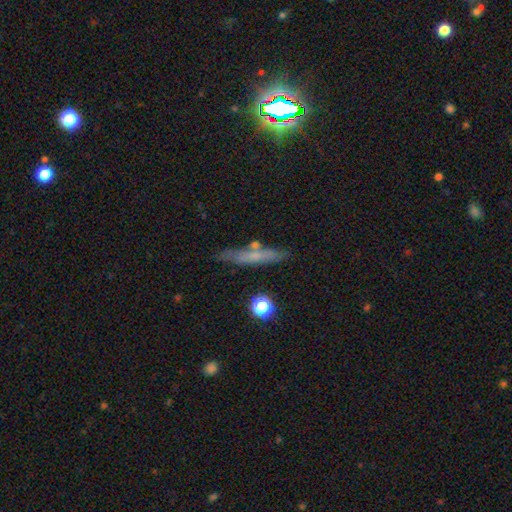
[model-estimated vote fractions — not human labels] Smooth or featured? Predicted: smooth (p=0.54). How rounded? Predicted: cigar-shaped (p=0.86). Merging? Predicted: none (p=0.77).